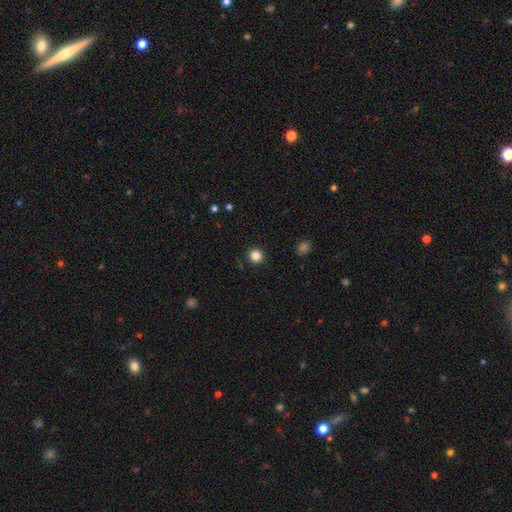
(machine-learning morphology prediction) Smooth or featured?
  - smooth: 84% *
  - star or artifact: 12%
  - featured or disk: 4%
How rounded?
  - round: 94% *
  - in between: 5%
  - cigar-shaped: 1%
Merging?
  - none: 92% *
  - minor disturbance: 5%
  - major disturbance: 2%
  - merger: 1%